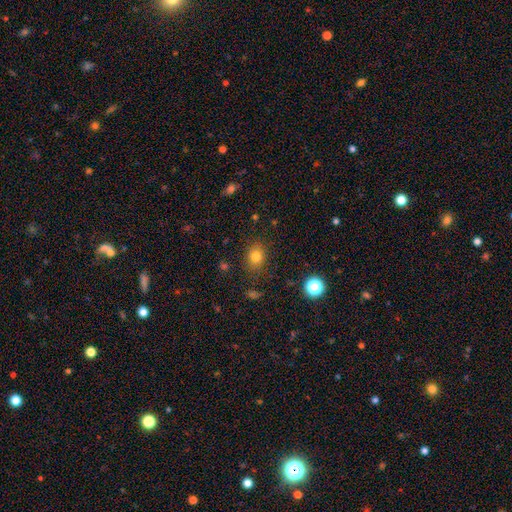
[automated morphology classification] The model was most divided on "how rounded": round: 53%, in between: 46%, cigar-shaped: 1%. More confident: merging — none (85%); smooth or featured — smooth (79%).